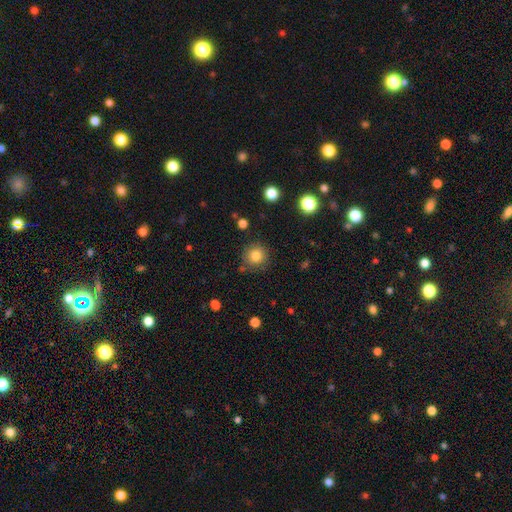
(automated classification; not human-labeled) Smooth or featured? smooth (81%)
How rounded? round (93%)
Merging? none (83%)